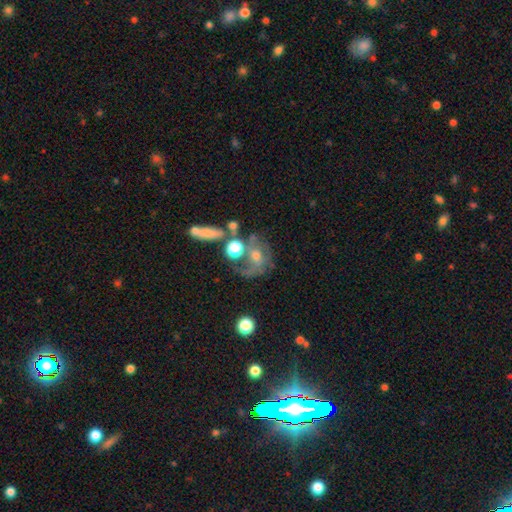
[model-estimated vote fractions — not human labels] Smooth or featured: featured or disk — 58% (smooth — 29%)
Edge-on disk: no — 95% (yes — 5%)
Bar: no — 68% (weak — 25%)
Spiral arms: yes — 73% (no — 27%)
Bulge size: moderate — 54% (small — 26%)
Merging: none — 35% (major disturbance — 25%)